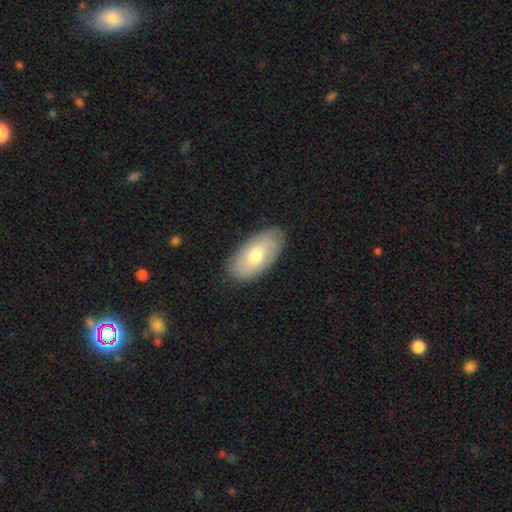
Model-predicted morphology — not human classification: Smooth or featured? Predicted: smooth (p=0.67). How rounded? Predicted: in between (p=0.94). Merging? Predicted: none (p=0.86).